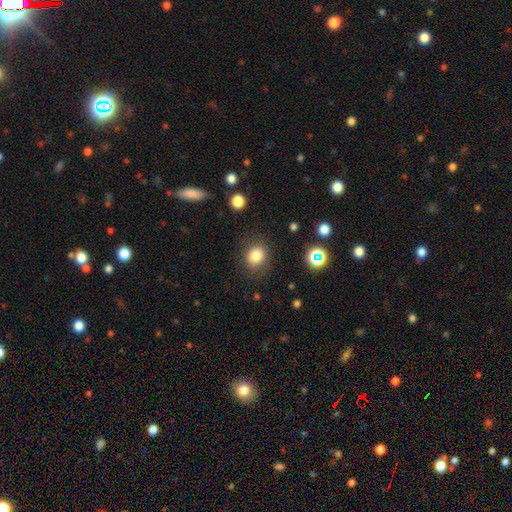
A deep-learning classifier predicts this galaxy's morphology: This appears to be a smooth galaxy with no disk features (81%) that is round (69%). Merging: none (82%).